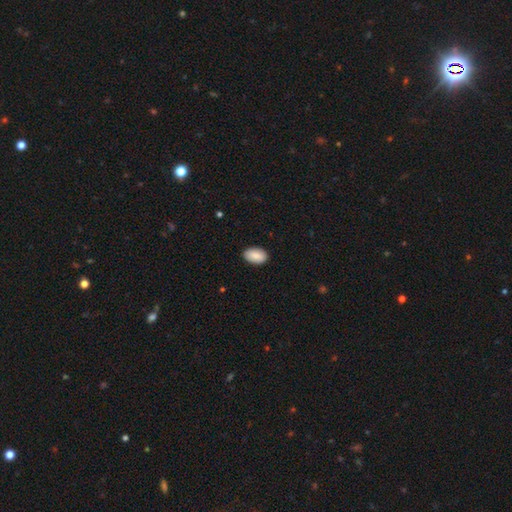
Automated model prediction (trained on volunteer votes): This appears to be a smooth galaxy with no disk features (86%) that is in between round and cigar-shaped (92%). Merging: none (87%).